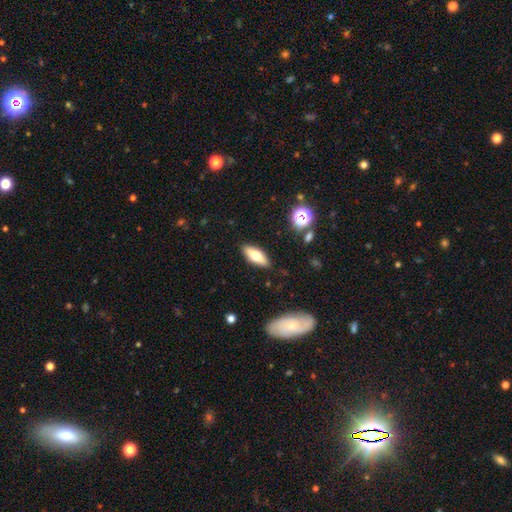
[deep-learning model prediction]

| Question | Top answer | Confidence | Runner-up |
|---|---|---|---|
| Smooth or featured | smooth | 62% | featured or disk (30%) |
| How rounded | in between | 66% | cigar-shaped (31%) |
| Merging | none | 86% | minor disturbance (10%) |